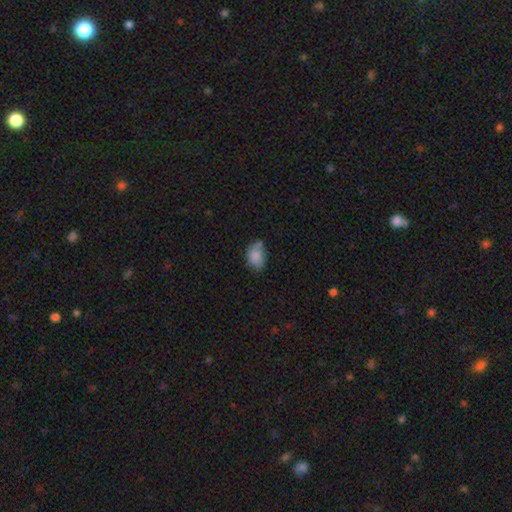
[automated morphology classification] Q: Smooth or featured?
A: smooth (83%); runner-up: featured or disk (9%)
Q: How rounded?
A: in between (80%); runner-up: round (19%)
Q: Merging?
A: none (54%); runner-up: minor disturbance (29%)